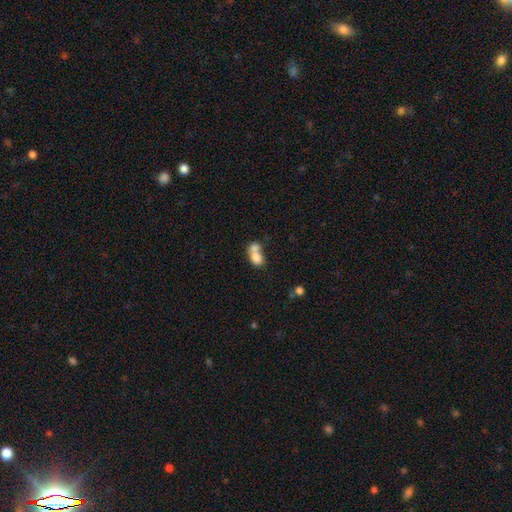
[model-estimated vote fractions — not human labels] Smooth or featured: smooth — 75% (featured or disk — 16%)
How rounded: in between — 73% (round — 25%)
Merging: merger — 69% (none — 19%)